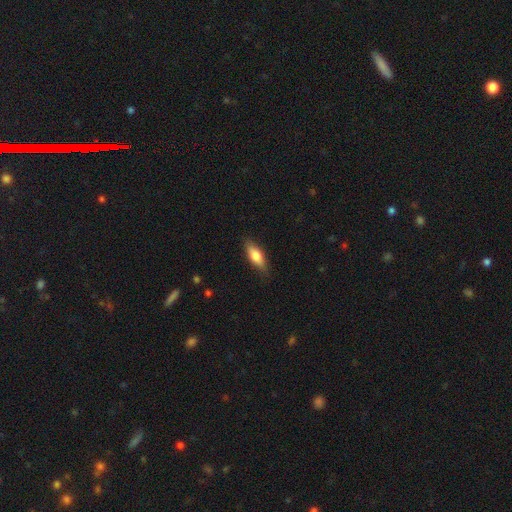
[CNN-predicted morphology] Smooth or featured: smooth — 76% (featured or disk — 18%)
How rounded: in between — 68% (cigar-shaped — 29%)
Merging: none — 84% (minor disturbance — 13%)